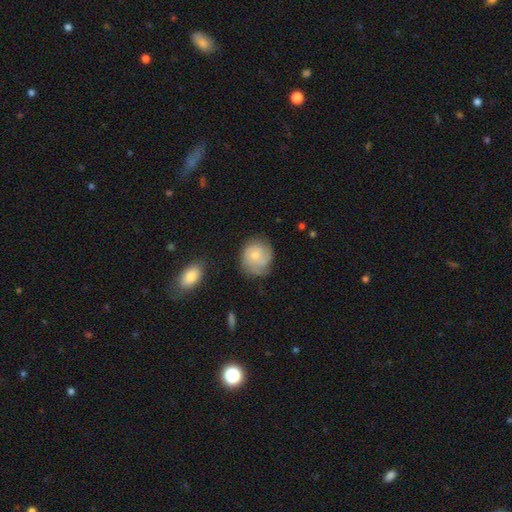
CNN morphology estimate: This appears to be a featured or disk galaxy (49%). Merging: none (65%).